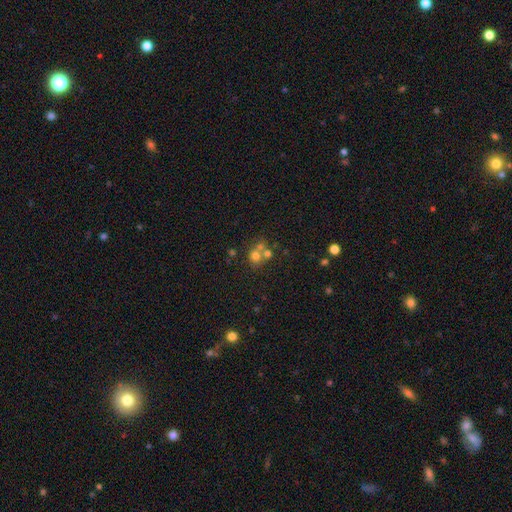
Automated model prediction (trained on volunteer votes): Smooth or featured: smooth — 64% (featured or disk — 18%)
How rounded: round — 80% (in between — 19%)
Merging: merger — 47% (none — 42%)